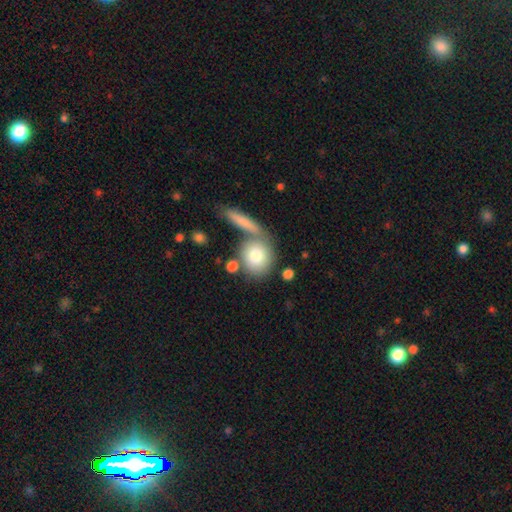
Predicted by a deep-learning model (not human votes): Smooth or featured? smooth (79%)
How rounded? round (76%)
Merging? none (62%)